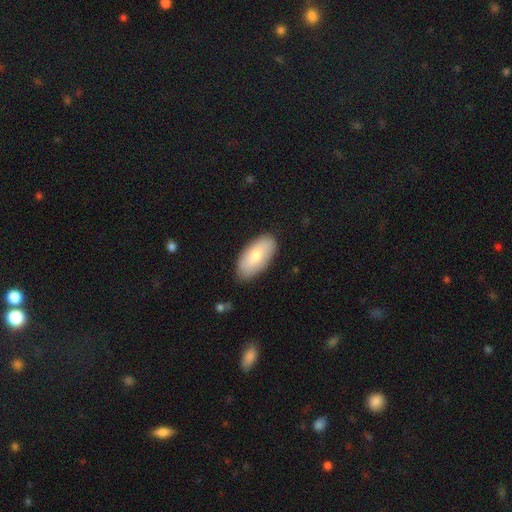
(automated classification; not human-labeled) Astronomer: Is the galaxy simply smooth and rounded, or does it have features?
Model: smooth — 73%.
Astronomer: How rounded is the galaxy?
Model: in between — 93%.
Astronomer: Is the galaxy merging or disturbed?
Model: none — 84%.